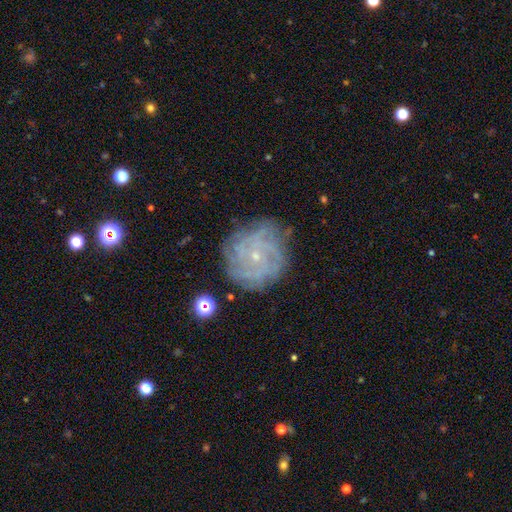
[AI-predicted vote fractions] Smooth or featured? featured or disk (76%)
Edge-on disk? no (97%)
Bar? no (75%)
Spiral arms? yes (94%)
Spiral winding? tight (73%)
Spiral arm count? can't tell (36%)
Bulge size? small (85%)
Merging? none (81%)